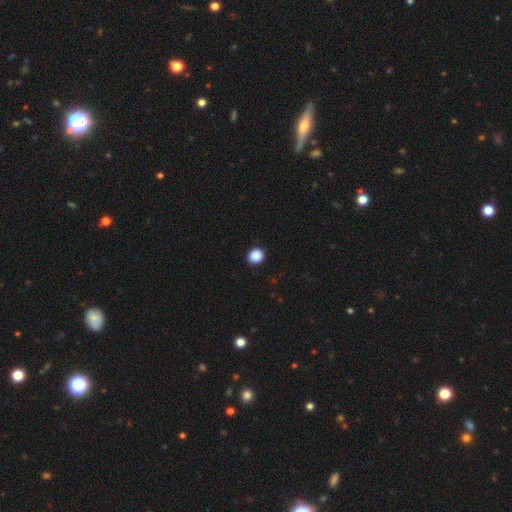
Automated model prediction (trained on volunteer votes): smooth_or_featured: smooth (p=0.89) [alt: star or artifact p=0.09]
how_rounded: round (p=0.84) [alt: in between p=0.16]
merging: none (p=0.92) [alt: minor disturbance p=0.06]